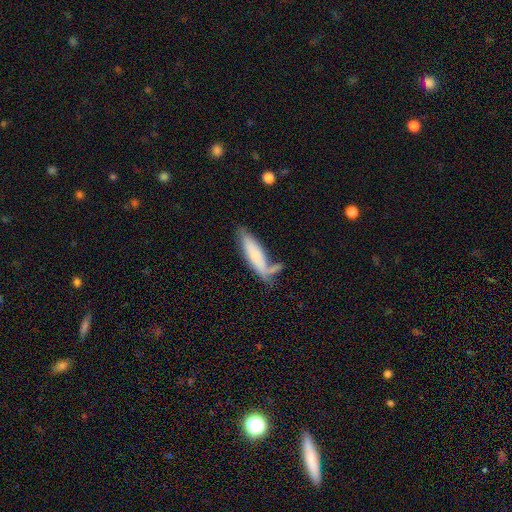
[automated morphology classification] This appears to be a smooth galaxy with no disk features (68%) that is cigar-shaped (61%). Merging: none (47%).